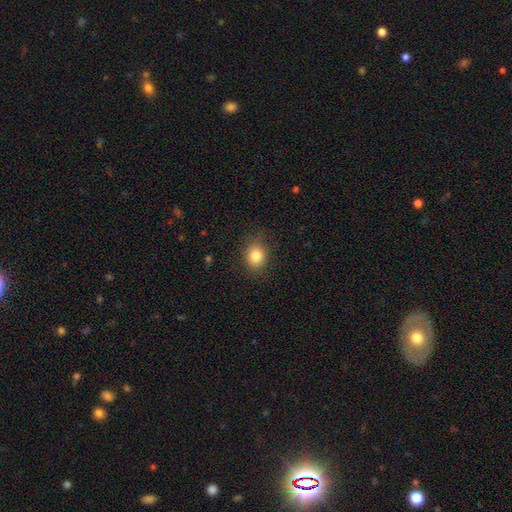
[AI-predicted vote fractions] Overall: smooth (82%). How rounded: round (58%; in between 41%). Merging: none (81%).